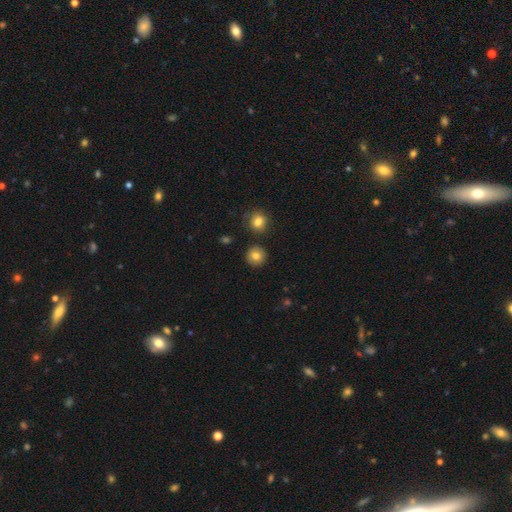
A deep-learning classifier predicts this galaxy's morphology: A smooth galaxy with no disk features (82%) that is round (94%). Merging: none (89%).